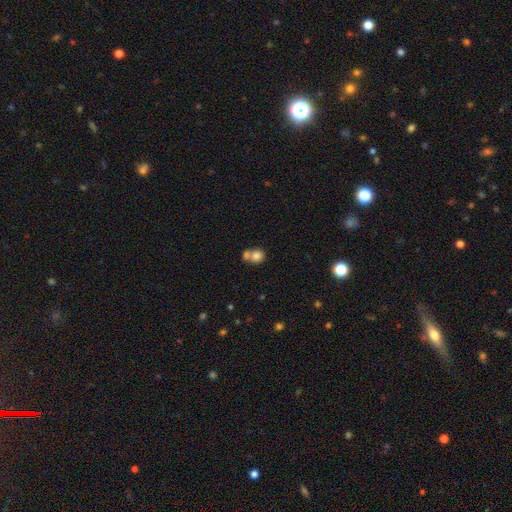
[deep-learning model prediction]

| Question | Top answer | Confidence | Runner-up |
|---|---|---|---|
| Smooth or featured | smooth | 80% | featured or disk (11%) |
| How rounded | round | 77% | in between (22%) |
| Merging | merger | 51% | none (36%) |